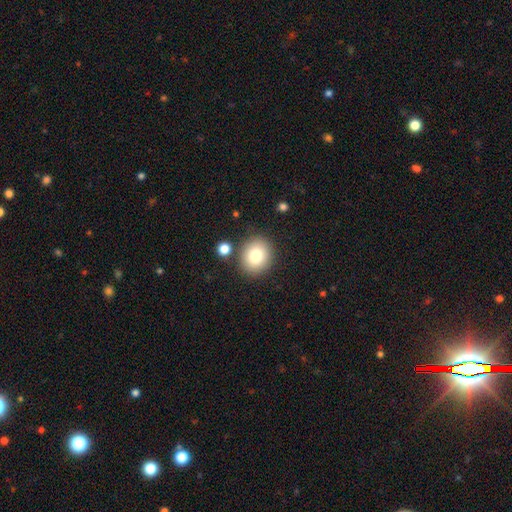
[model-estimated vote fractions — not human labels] Morphology: type=smooth (81%); roundness=round (76%); merging=none (83%).